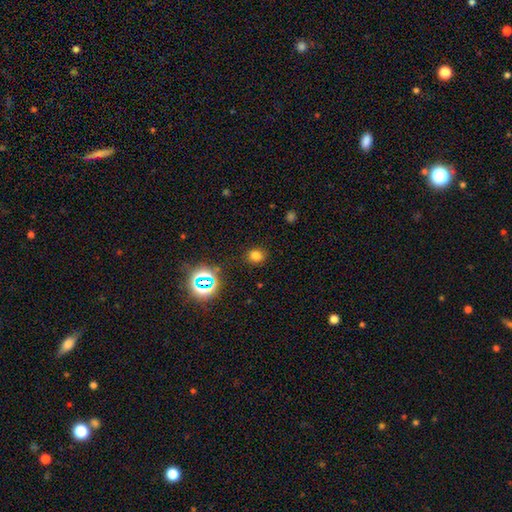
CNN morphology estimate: A smooth galaxy with no disk features (71%) that is round (69%).

Vote fractions:
- Smooth or featured? smooth: 71% / star or artifact: 23% / featured or disk: 6%
- How rounded? round: 69% / in between: 30% / cigar-shaped: 1%
- Merging? none: 84% / minor disturbance: 10% / major disturbance: 4% / merger: 2%